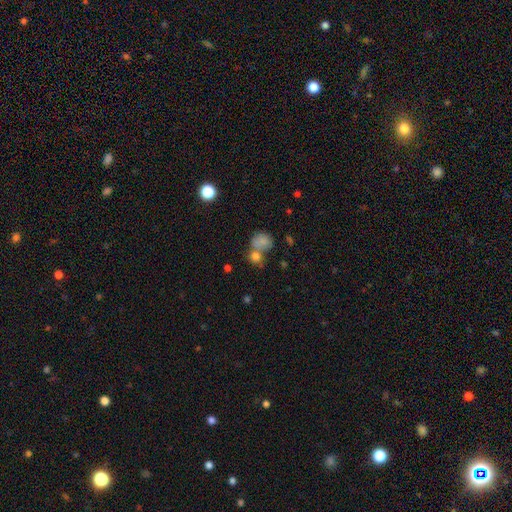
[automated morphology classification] Overall: smooth (67%). How rounded: round (75%). Merging: none (45%; merger 40%).